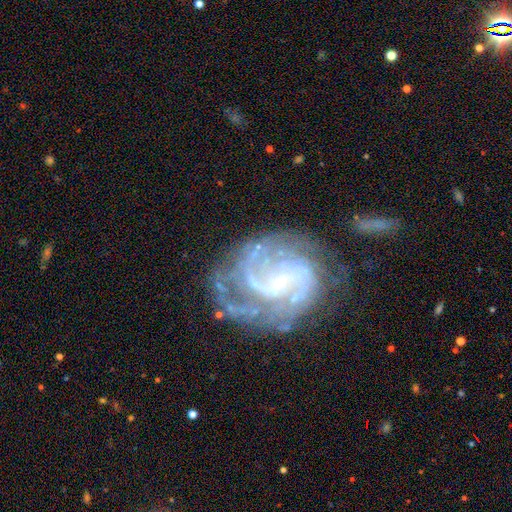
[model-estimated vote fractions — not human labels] Smooth or featured?
  - featured or disk: 88% *
  - star or artifact: 7%
  - smooth: 5%
Edge-on disk?
  - no: 98% *
  - yes: 2%
Bar?
  - weak: 49% *
  - no: 30%
  - strong: 21%
Spiral arms?
  - yes: 96% *
  - no: 4%
Spiral winding?
  - medium: 48% *
  - tight: 32%
  - loose: 19%
Spiral arm count?
  - 2: 49% *
  - can't tell: 17%
  - 3: 14%
  - 4: 7%
  - 1: 6%
  - more than 4: 6%
Bulge size?
  - small: 78% *
  - moderate: 11%
  - none: 10%
  - large: 1%
  - dominant: 1%
Merging?
  - none: 61% *
  - minor disturbance: 19%
  - major disturbance: 16%
  - merger: 3%